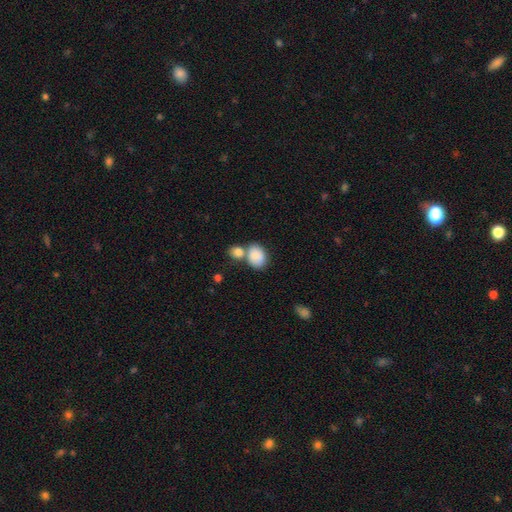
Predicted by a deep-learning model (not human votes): Q: Smooth or featured?
A: smooth (85%); runner-up: featured or disk (9%)
Q: How rounded?
A: in between (67%); runner-up: round (32%)
Q: Merging?
A: merger (45%); runner-up: none (39%)